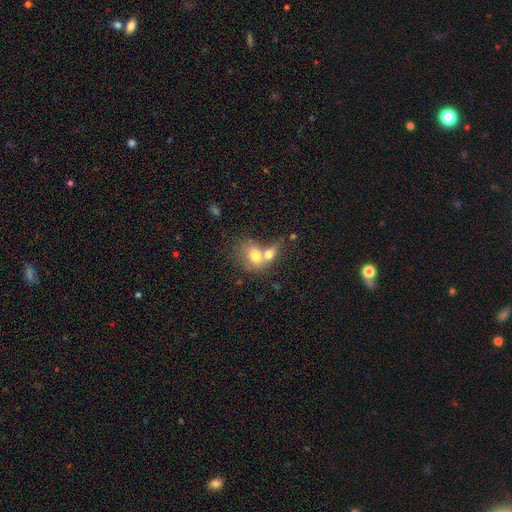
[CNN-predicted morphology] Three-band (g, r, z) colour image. It shows a smooth galaxy with no disk features (73%) that is in between round and cigar-shaped (53%). Merging: merger (66%).